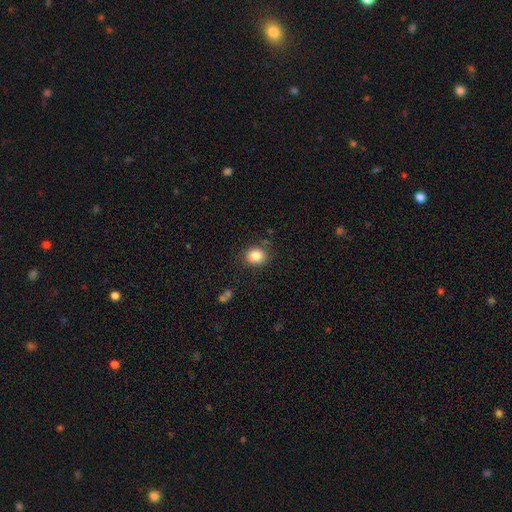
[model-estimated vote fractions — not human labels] smooth-or-featured: smooth: 84% | star or artifact: 10% | featured or disk: 6%
  how-rounded: round: 64% | in between: 36% | cigar-shaped: 1%
  merging: none: 84% | minor disturbance: 11% | major disturbance: 3% | merger: 2%